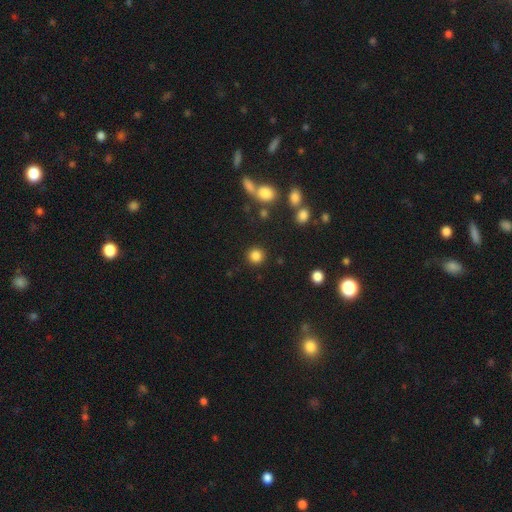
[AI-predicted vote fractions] This is clearly a smooth galaxy (84%). How rounded: clearly round (92%). Merging: clearly none (89%).